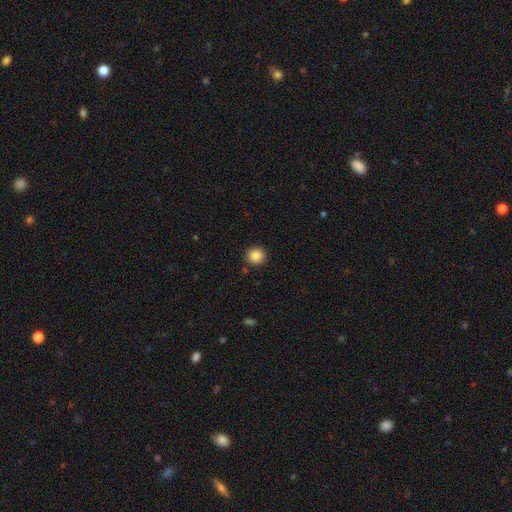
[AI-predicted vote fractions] A smooth galaxy with no disk features (86%) that is round (93%). Merging: none (90%).